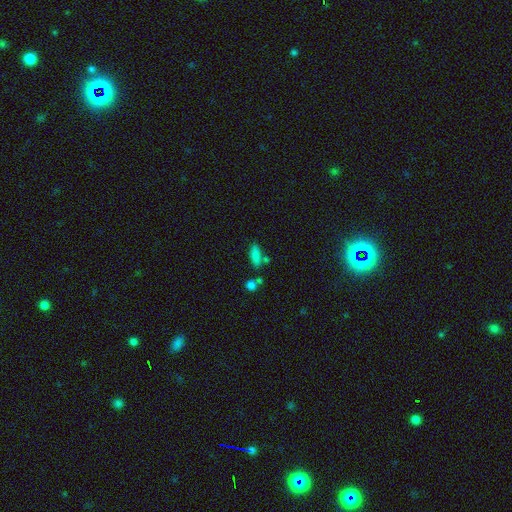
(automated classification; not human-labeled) A smooth galaxy with no disk features (82%) that is in between round and cigar-shaped (57%). Merging: none (67%).